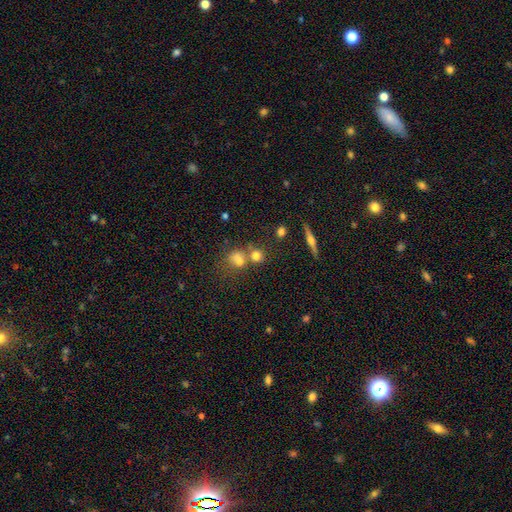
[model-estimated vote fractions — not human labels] smooth 70%, star or artifact 15%, featured or disk 15%. Down the decision tree: how rounded — round (76%); merging — none (49%).